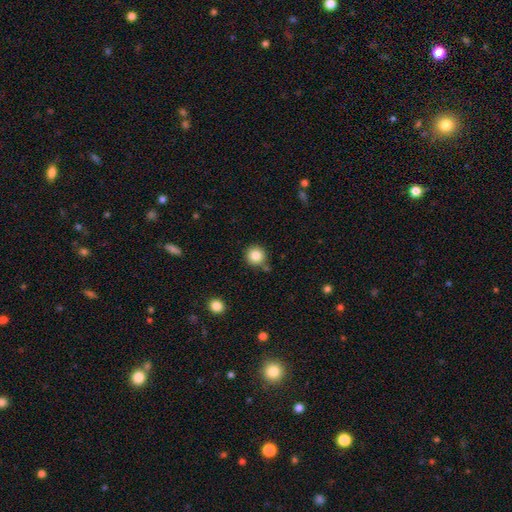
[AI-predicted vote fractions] Q: Smooth or featured?
A: smooth (84%); runner-up: star or artifact (10%)
Q: How rounded?
A: round (95%); runner-up: in between (4%)
Q: Merging?
A: none (83%); runner-up: minor disturbance (9%)